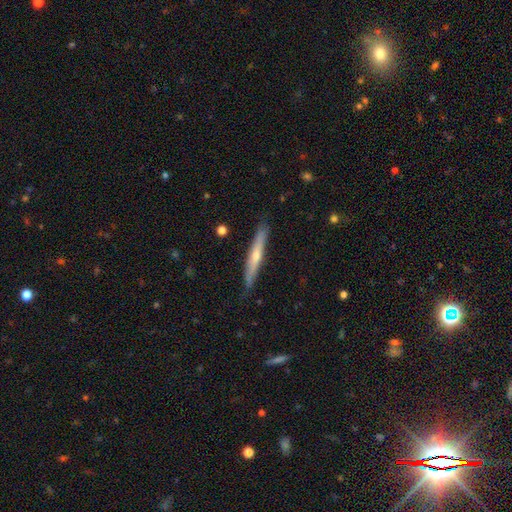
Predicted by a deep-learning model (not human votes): featured or disk 57%, smooth 37%, star or artifact 6%. Down the decision tree: edge-on disk — yes (94%); edge-on bulge — rounded (73%); merging — none (86%).